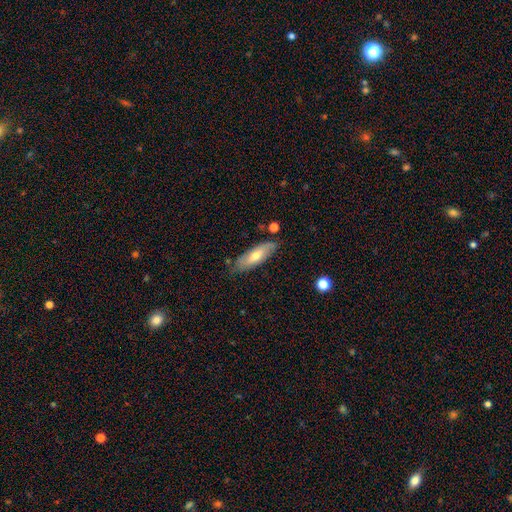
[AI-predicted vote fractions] Smooth or featured? smooth (55%)
How rounded? in between (57%)
Merging? none (77%)